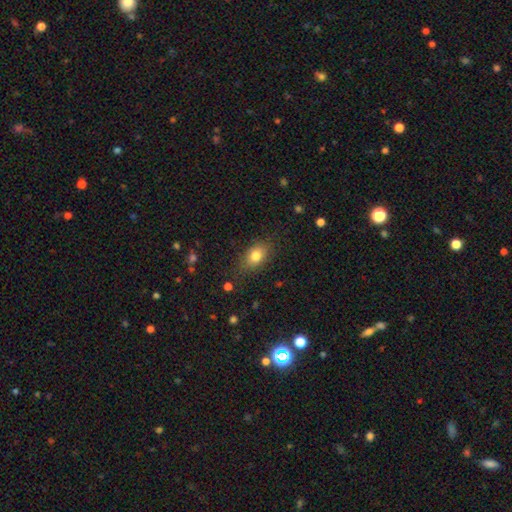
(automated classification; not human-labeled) A smooth galaxy with no disk features (79%) that is in between round and cigar-shaped (78%). Merging: none (78%).